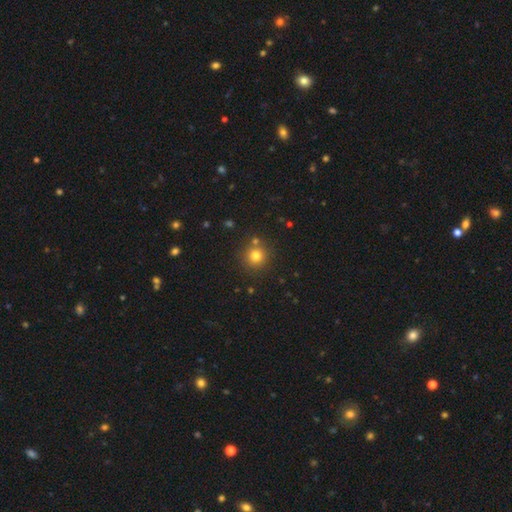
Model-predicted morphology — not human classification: smooth 78%, star or artifact 15%, featured or disk 7%. Down the decision tree: how rounded — round (93%); merging — none (81%).